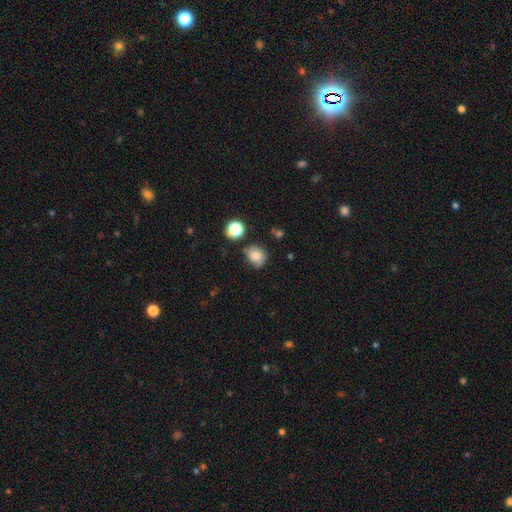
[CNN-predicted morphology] Overall: smooth (77%). How rounded: round (67%; in between 32%). Merging: none (69%).